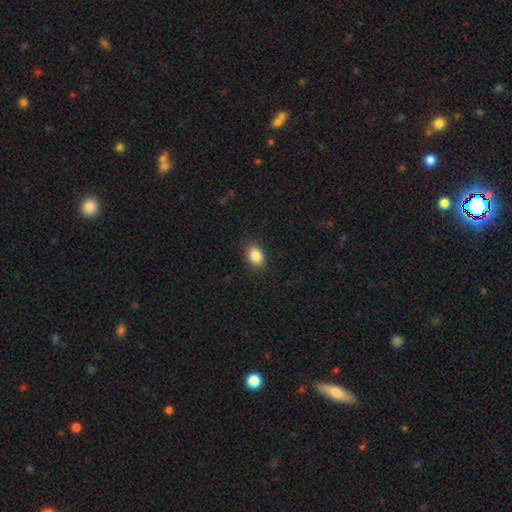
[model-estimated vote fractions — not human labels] Q: Smooth or featured?
A: smooth (87%); runner-up: star or artifact (9%)
Q: How rounded?
A: in between (68%); runner-up: round (31%)
Q: Merging?
A: none (87%); runner-up: minor disturbance (9%)